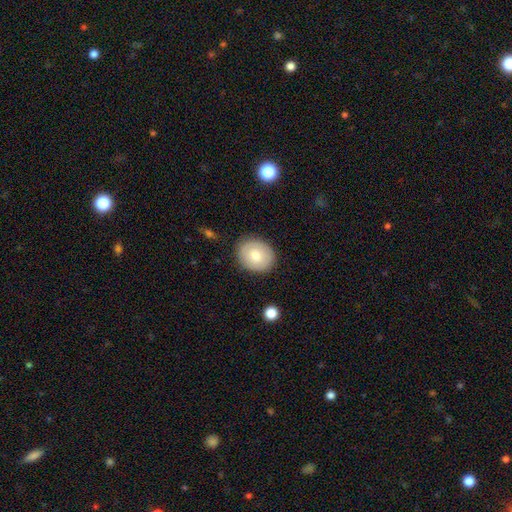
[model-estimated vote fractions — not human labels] Smooth or featured: smooth — 69% (featured or disk — 24%)
How rounded: round — 59% (in between — 41%)
Merging: none — 85% (minor disturbance — 11%)